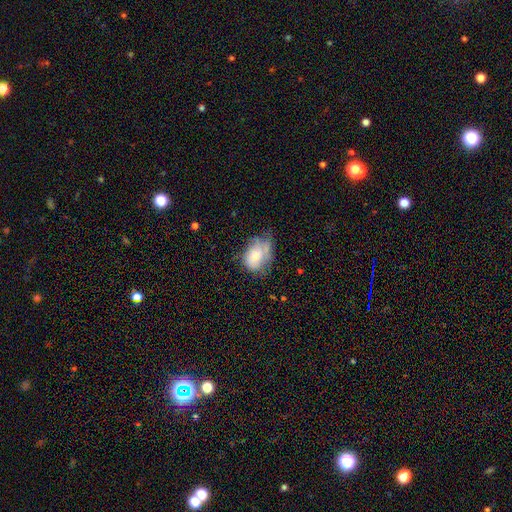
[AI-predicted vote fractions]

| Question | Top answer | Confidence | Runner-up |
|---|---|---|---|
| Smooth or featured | smooth | 62% | featured or disk (29%) |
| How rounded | in between | 75% | round (24%) |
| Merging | minor disturbance | 38% | none (31%) |